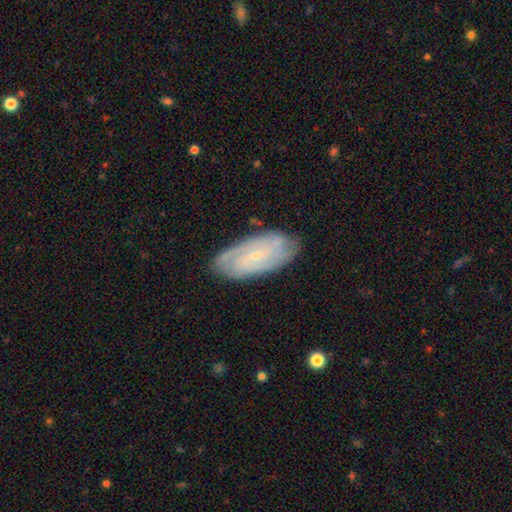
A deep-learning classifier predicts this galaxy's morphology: A featured or disk galaxy (79%) with no bar (52%), 2 (33%, tied with can't tell) tight (59%) spiral arms (93%) and a small central bulge (82%). Merging: none (81%).